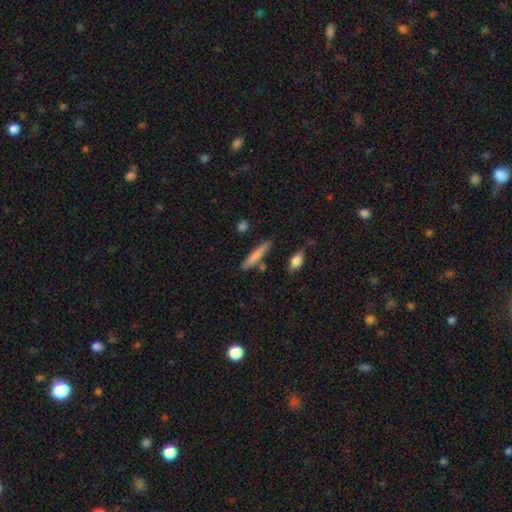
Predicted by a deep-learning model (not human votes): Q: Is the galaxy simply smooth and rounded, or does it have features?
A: smooth — 74%.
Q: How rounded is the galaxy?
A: cigar-shaped — 87%.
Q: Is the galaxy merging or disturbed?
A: none — 80%.